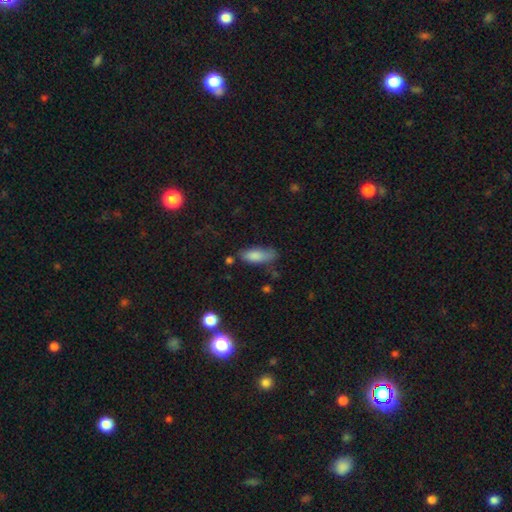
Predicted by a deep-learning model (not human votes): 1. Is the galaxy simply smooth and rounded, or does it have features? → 82% smooth, 11% featured or disk, 7% star or artifact.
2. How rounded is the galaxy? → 71% in between, 27% cigar-shaped, 2% round.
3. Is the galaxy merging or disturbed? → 59% none, 29% minor disturbance, 8% major disturbance, 5% merger.